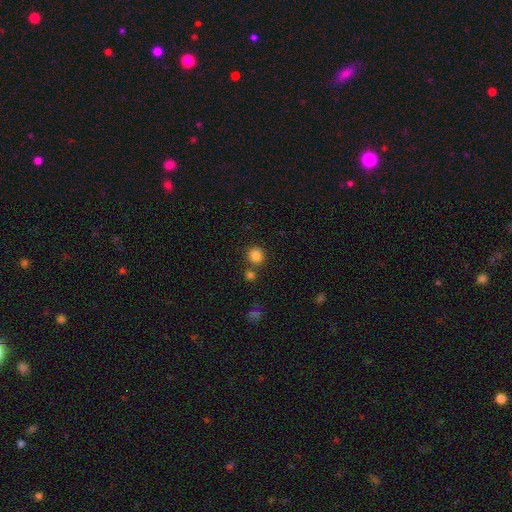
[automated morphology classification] Smooth or featured? smooth (84%)
How rounded? round (90%)
Merging? none (75%)